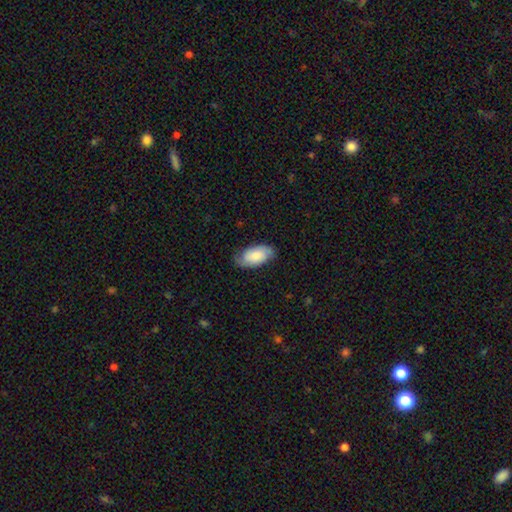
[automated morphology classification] Smooth or featured? Predicted: smooth (p=0.70). How rounded? Predicted: in between (p=0.94). Merging? Predicted: none (p=0.75).